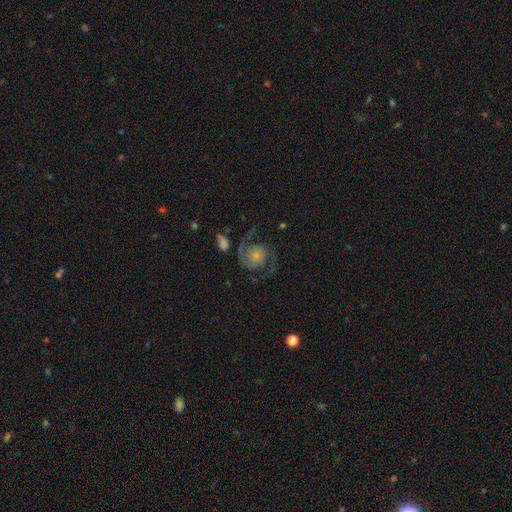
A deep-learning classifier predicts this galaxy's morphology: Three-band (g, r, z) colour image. It shows a featured or disk galaxy (82%) with no bar (76%), 2 (90%) medium (47%) spiral arms (96%) and a small central bulge (53%). Merging: none (66%).